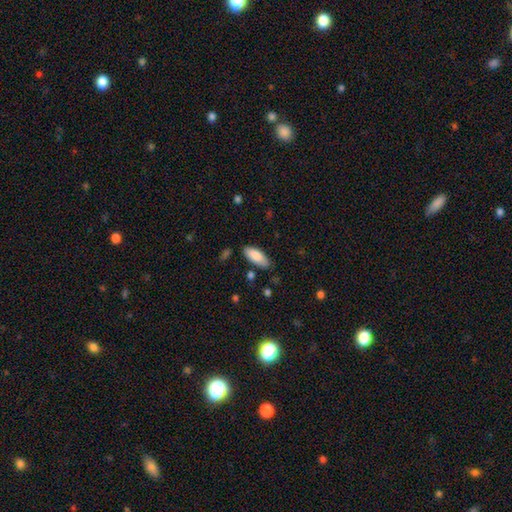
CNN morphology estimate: Overall: smooth (84%). How rounded: in between (78%). Merging: none (81%).